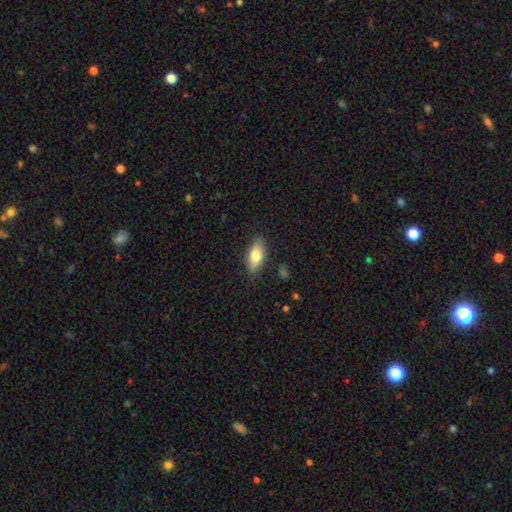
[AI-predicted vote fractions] smooth 76%, featured or disk 17%, star or artifact 6%. Down the decision tree: how rounded — in between (78%); merging — none (84%).